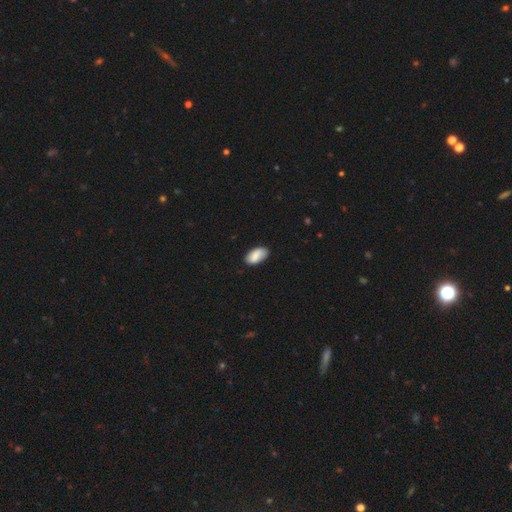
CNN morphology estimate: Smooth or featured? Predicted: smooth (p=0.82). How rounded? Predicted: in between (p=0.95). Merging? Predicted: none (p=0.80).